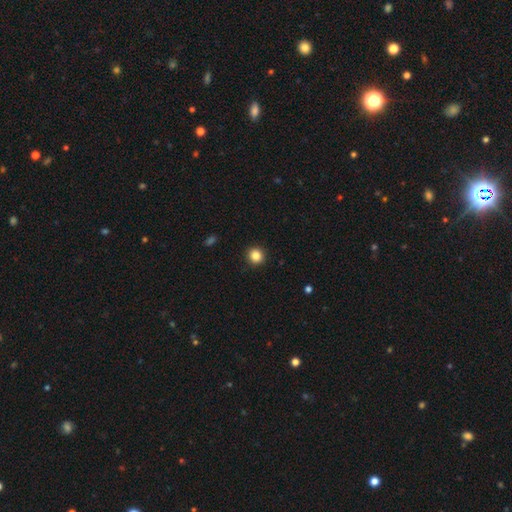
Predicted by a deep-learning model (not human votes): A smooth galaxy with no disk features (85%) that is round (89%).

Vote fractions:
- Smooth or featured? smooth: 85% / star or artifact: 10% / featured or disk: 4%
- How rounded? round: 89% / in between: 10% / cigar-shaped: 1%
- Merging? none: 92% / minor disturbance: 5% / major disturbance: 2% / merger: 1%